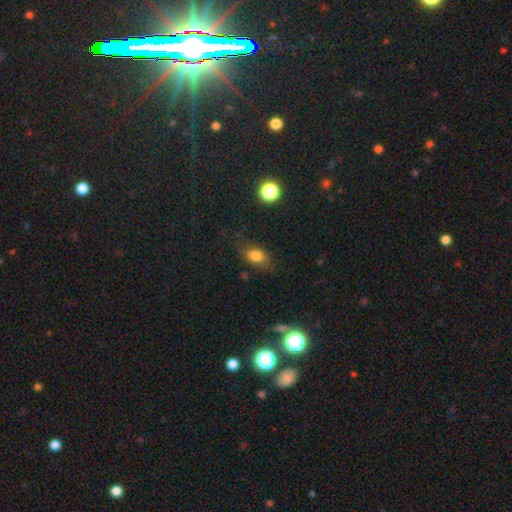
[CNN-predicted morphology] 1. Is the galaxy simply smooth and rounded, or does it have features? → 79% smooth, 12% star or artifact, 8% featured or disk.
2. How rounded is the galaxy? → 70% in between, 27% round, 3% cigar-shaped.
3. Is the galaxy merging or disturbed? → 73% none, 18% minor disturbance, 6% major disturbance, 2% merger.